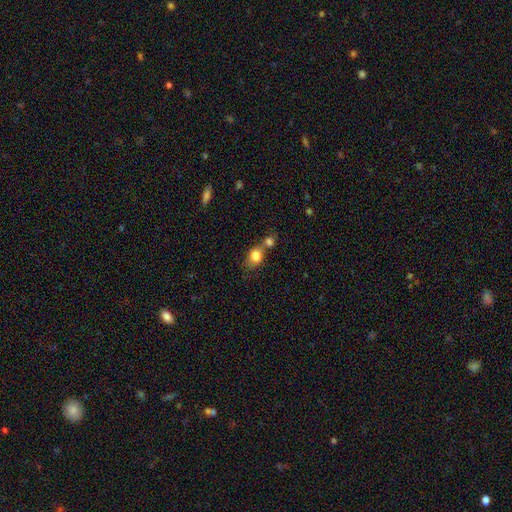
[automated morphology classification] This appears to be a smooth galaxy with no disk features (81%) that is round (52%). Merging: merger (51%).